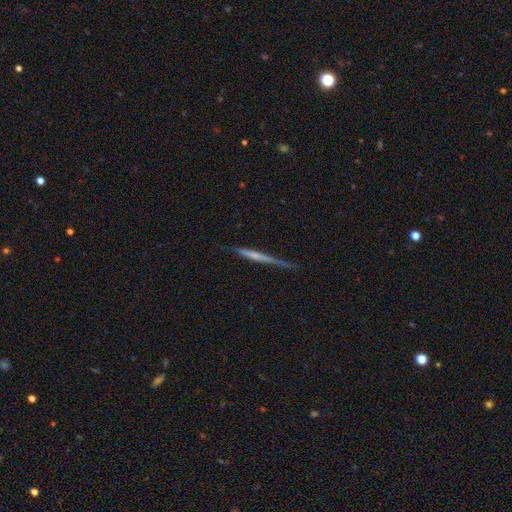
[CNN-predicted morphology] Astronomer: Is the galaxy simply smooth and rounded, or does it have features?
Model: featured or disk — 62%.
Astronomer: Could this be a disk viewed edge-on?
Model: yes — 97%.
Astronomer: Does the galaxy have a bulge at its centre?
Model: none — 61%.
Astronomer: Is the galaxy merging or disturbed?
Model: none — 76%.